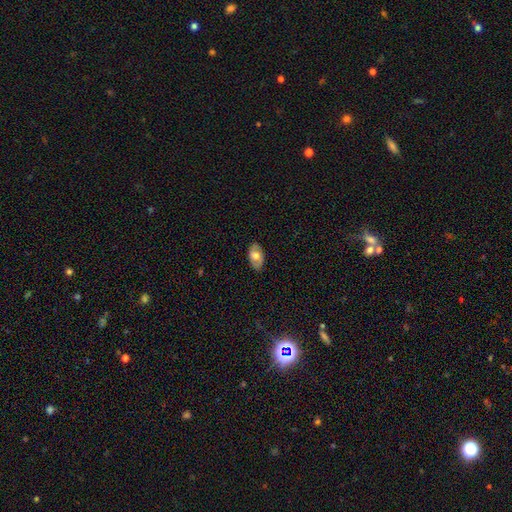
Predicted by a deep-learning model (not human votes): Q: Smooth or featured?
A: smooth (57%); runner-up: featured or disk (37%)
Q: How rounded?
A: in between (93%); runner-up: round (6%)
Q: Merging?
A: none (84%); runner-up: minor disturbance (13%)